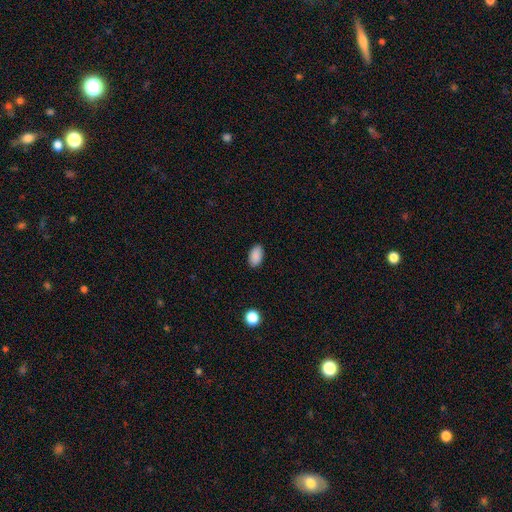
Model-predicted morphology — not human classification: Smooth or featured? Predicted: smooth (p=0.89). How rounded? Predicted: in between (p=0.93). Merging? Predicted: none (p=0.88).